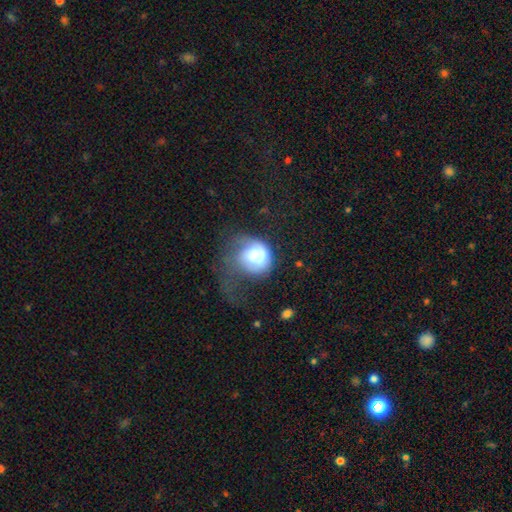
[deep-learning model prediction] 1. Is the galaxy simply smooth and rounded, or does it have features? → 58% smooth, 34% featured or disk, 8% star or artifact.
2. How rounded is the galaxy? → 70% round, 29% in between, 1% cigar-shaped.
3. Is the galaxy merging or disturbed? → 55% major disturbance, 21% minor disturbance, 19% none, 5% merger.